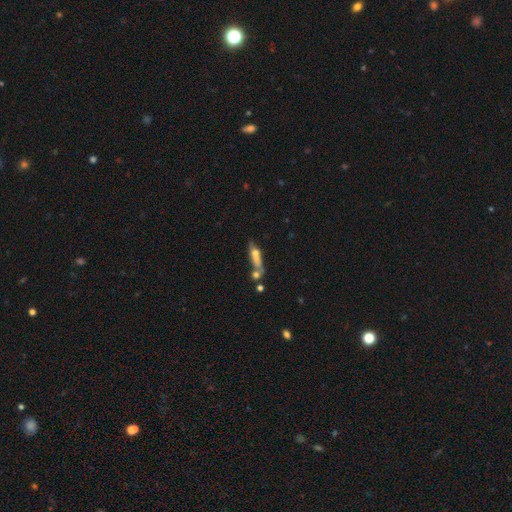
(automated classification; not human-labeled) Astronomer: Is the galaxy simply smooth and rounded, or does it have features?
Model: smooth — 52% (runner-up: featured or disk, 37%).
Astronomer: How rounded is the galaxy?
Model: cigar-shaped — 65%.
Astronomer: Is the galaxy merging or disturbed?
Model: none — 38% (runner-up: merger, 29%).